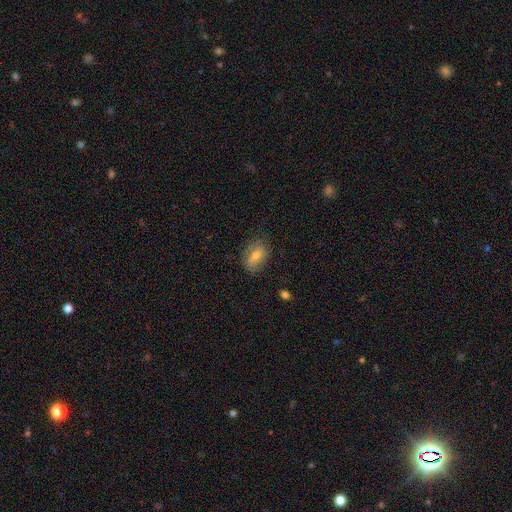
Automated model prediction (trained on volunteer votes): This is likely a smooth galaxy (61%). How rounded: clearly in between (82%). Merging: likely none (73%).